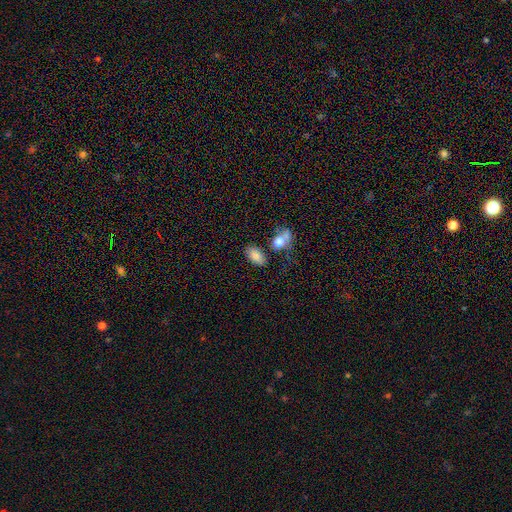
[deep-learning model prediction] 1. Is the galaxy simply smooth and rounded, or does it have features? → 83% smooth, 9% star or artifact, 9% featured or disk.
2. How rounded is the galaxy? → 91% in between, 7% round, 2% cigar-shaped.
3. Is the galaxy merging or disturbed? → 71% none, 13% minor disturbance, 11% merger, 4% major disturbance.